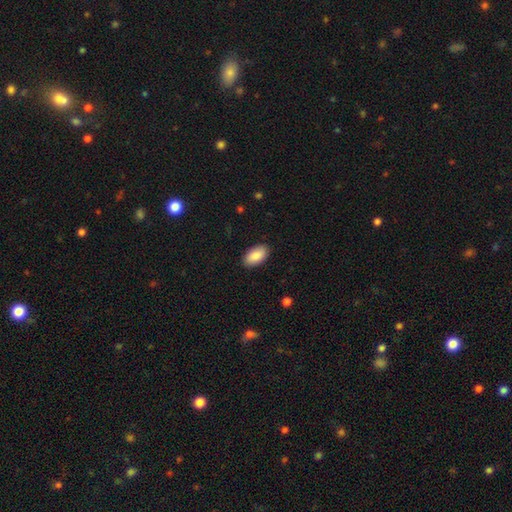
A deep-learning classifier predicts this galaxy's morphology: smooth_or_featured: smooth (p=0.88) [alt: star or artifact p=0.06]
how_rounded: in between (p=0.95) [alt: round p=0.03]
merging: none (p=0.89) [alt: minor disturbance p=0.08]